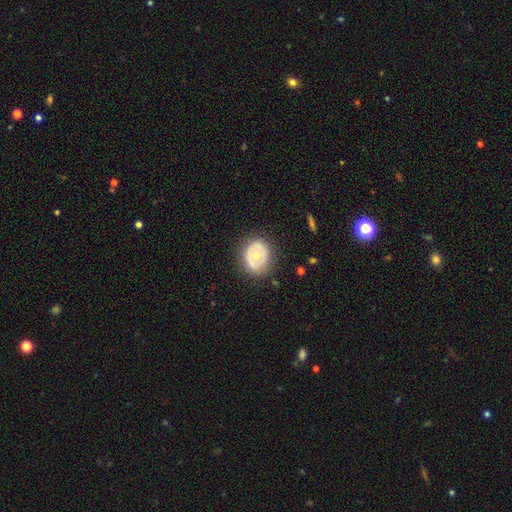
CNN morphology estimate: Smooth or featured?
  - featured or disk: 50% *
  - smooth: 44%
  - star or artifact: 7%
Merging?
  - none: 74% *
  - minor disturbance: 18%
  - major disturbance: 7%
  - merger: 1%